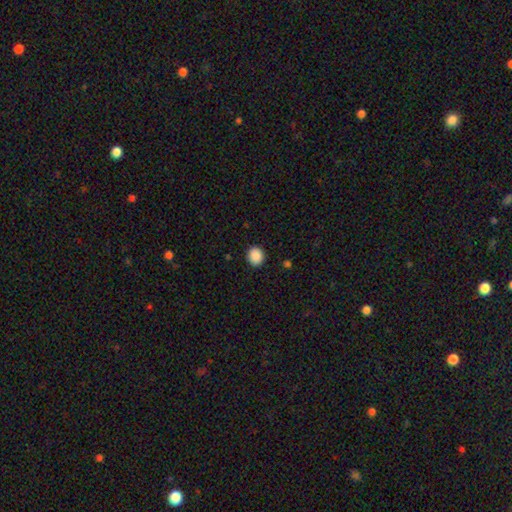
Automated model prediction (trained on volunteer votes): Q: Smooth or featured?
A: smooth (89%); runner-up: star or artifact (8%)
Q: How rounded?
A: round (76%); runner-up: in between (23%)
Q: Merging?
A: none (91%); runner-up: minor disturbance (6%)